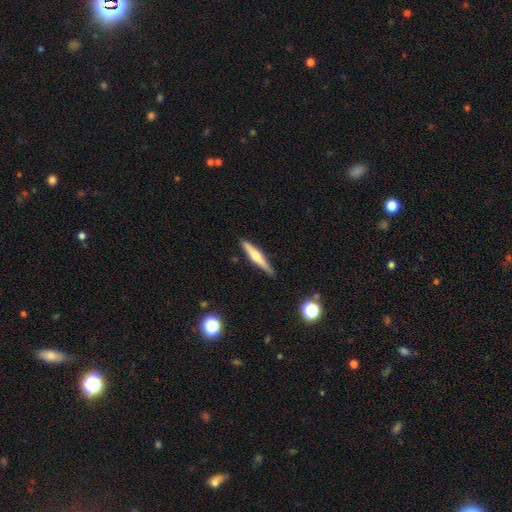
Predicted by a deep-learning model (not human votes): Morphology: type=featured or disk (53%); edge-on=yes (96%); edge-on bulge=rounded (78%); merging=none (85%).